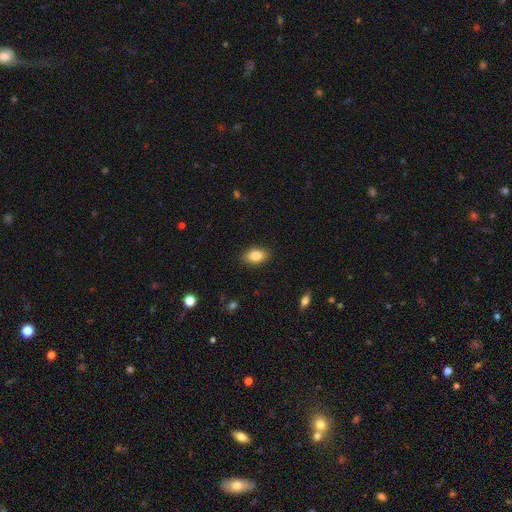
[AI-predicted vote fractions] smooth-or-featured: smooth: 84% | star or artifact: 8% | featured or disk: 8%
  how-rounded: in between: 89% | round: 7% | cigar-shaped: 4%
  merging: none: 86% | minor disturbance: 10% | major disturbance: 2% | merger: 1%